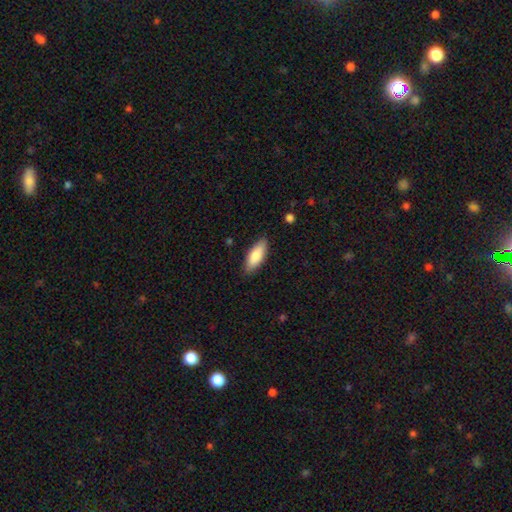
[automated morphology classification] Smooth or featured? smooth (82%)
How rounded? in between (71%)
Merging? none (86%)